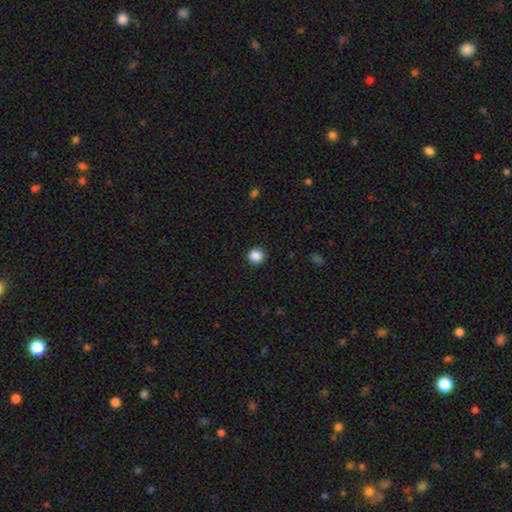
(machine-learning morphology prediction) This appears to be a smooth galaxy with no disk features (87%) that is round (94%). Merging: none (92%).